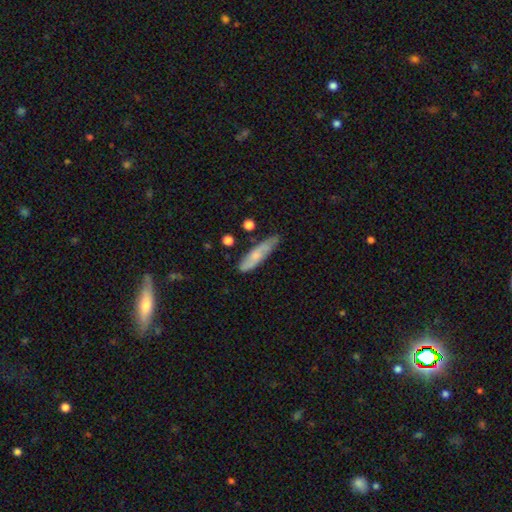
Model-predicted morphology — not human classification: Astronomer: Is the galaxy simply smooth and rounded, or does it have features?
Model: smooth — 60%.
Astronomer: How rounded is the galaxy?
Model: cigar-shaped — 73%.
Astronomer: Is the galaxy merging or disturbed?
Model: none — 69%.